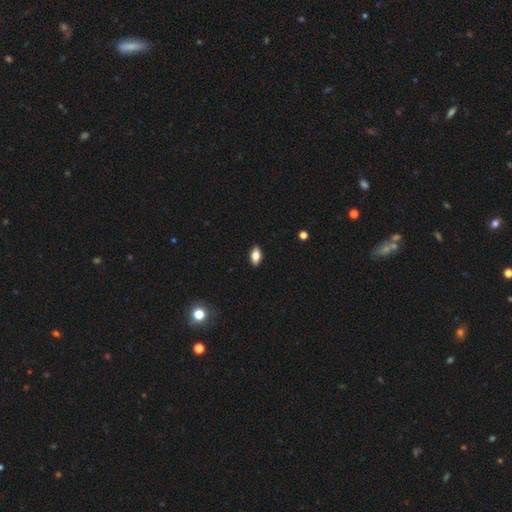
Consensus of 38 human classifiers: This appears to be a smooth galaxy with no disk features (82%) that is in between round and cigar-shaped (90%). Merging: none (95%).